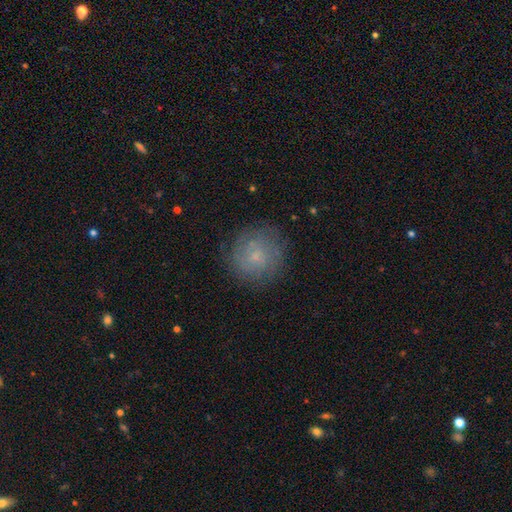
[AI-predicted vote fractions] Q: Smooth or featured?
A: smooth (49%); runner-up: featured or disk (40%)
Q: Merging?
A: none (82%); runner-up: minor disturbance (12%)